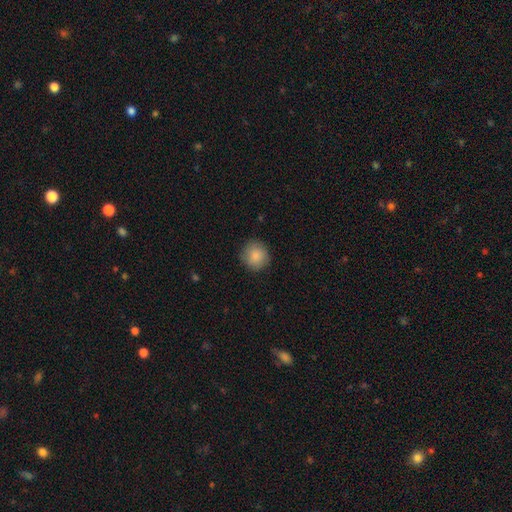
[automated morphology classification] Overall: smooth (86%). How rounded: round (91%). Merging: none (87%).